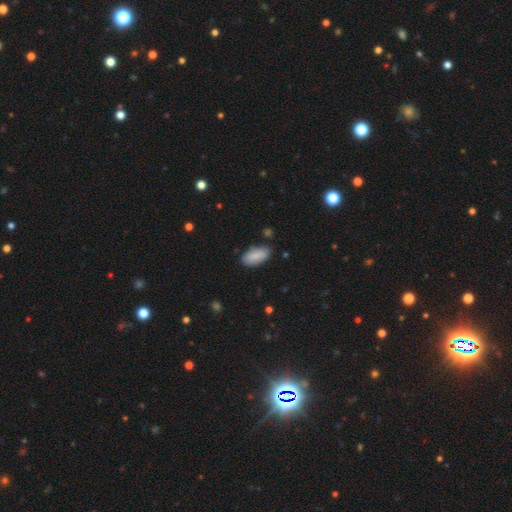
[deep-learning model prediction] Morphology: type=smooth (87%); roundness=in between (92%); merging=none (75%).